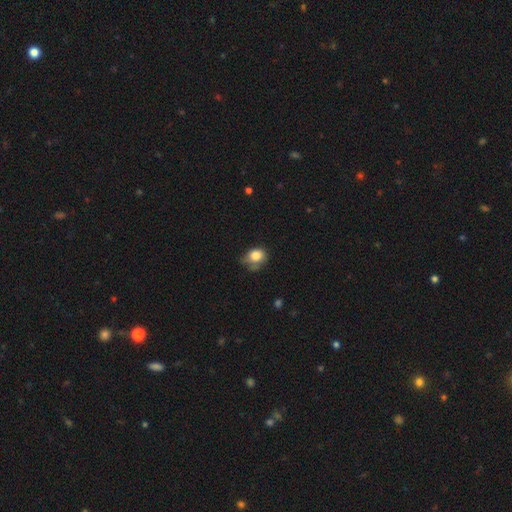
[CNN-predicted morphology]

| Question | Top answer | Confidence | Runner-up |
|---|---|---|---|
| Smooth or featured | smooth | 81% | star or artifact (10%) |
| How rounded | round | 58% | in between (41%) |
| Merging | none | 43% | minor disturbance (38%) |